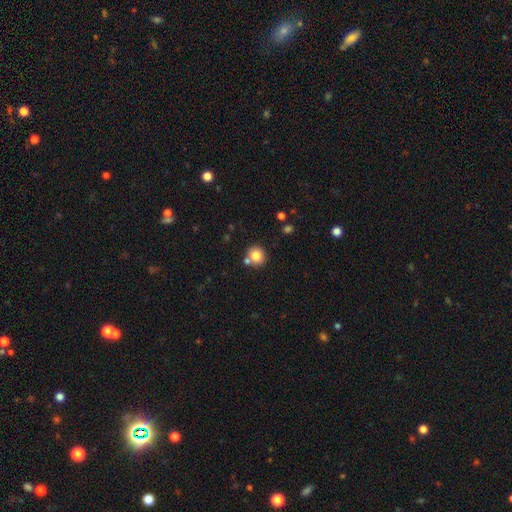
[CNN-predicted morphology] Smooth or featured: smooth — 81% (star or artifact — 11%)
How rounded: round — 88% (in between — 11%)
Merging: none — 71% (merger — 18%)